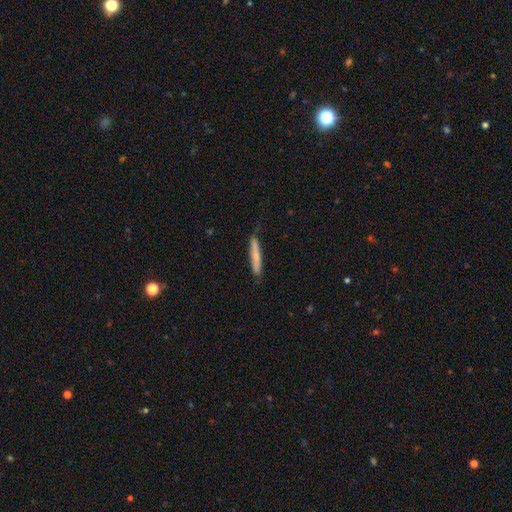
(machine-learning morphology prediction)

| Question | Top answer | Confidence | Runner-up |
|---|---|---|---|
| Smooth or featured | smooth | 70% | featured or disk (24%) |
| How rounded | cigar-shaped | 94% | in between (4%) |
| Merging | none | 81% | minor disturbance (15%) |